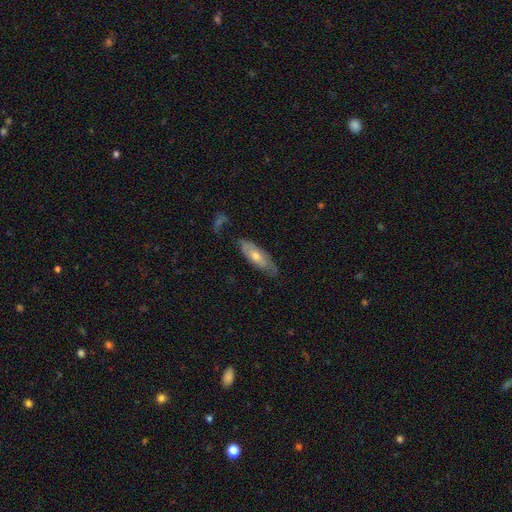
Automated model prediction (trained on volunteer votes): A featured or disk galaxy (51%). Merging: none (72%).